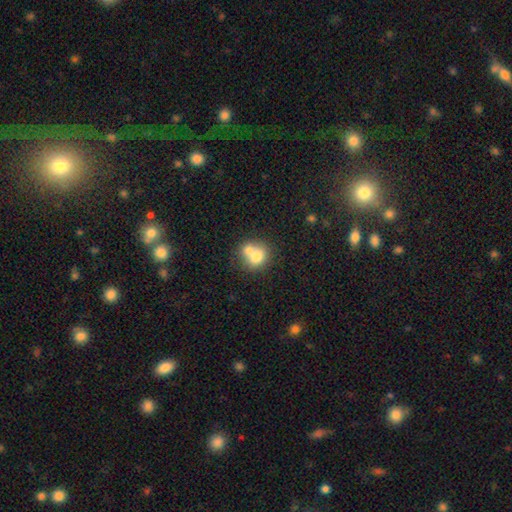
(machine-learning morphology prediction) Smooth or featured: smooth — 72% (featured or disk — 19%)
How rounded: round — 70% (in between — 29%)
Merging: merger — 59% (none — 31%)